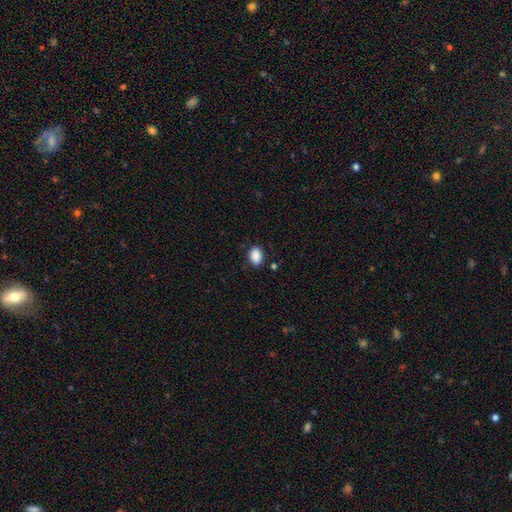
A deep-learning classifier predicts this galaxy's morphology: Q: Smooth or featured?
A: smooth (89%); runner-up: star or artifact (8%)
Q: How rounded?
A: in between (82%); runner-up: round (17%)
Q: Merging?
A: none (84%); runner-up: minor disturbance (11%)